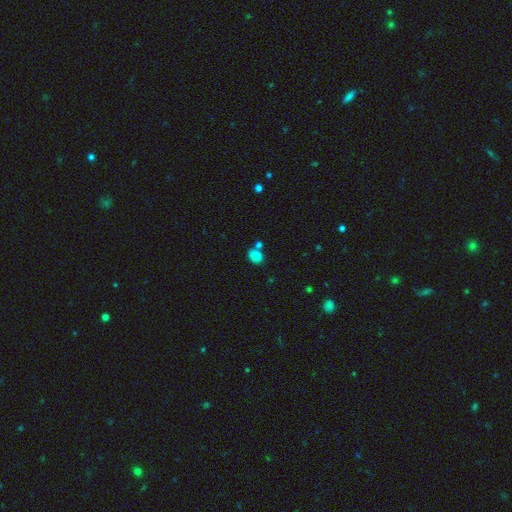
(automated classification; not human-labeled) A smooth galaxy with no disk features (82%) that is in between round and cigar-shaped (56%). Merging: none (57%).